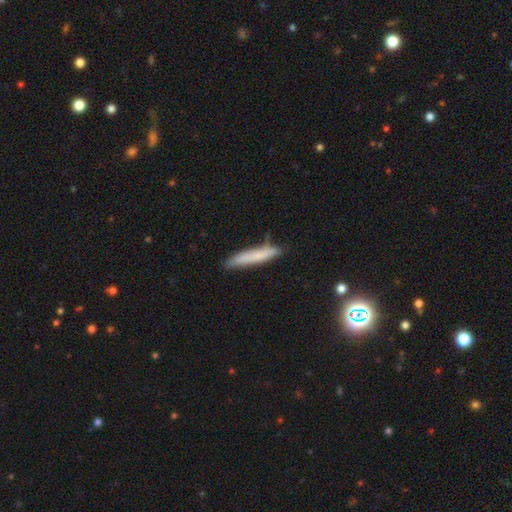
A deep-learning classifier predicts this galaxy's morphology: Overall: smooth (73%). How rounded: cigar-shaped (93%). Merging: none (81%).